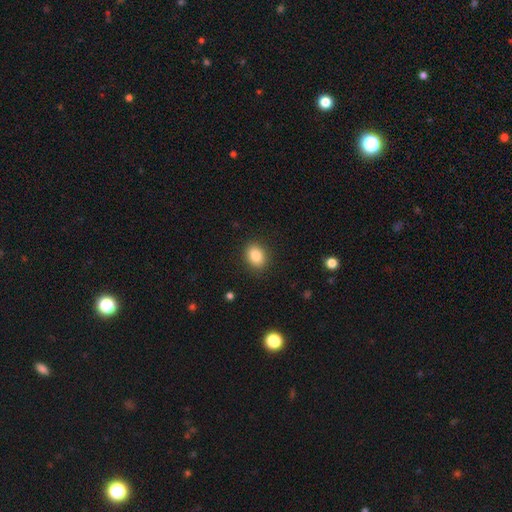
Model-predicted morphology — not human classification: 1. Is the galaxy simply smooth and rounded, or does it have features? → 85% smooth, 9% star or artifact, 6% featured or disk.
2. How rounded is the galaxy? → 58% in between, 41% round, 1% cigar-shaped.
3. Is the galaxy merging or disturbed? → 88% none, 8% minor disturbance, 2% major disturbance, 1% merger.